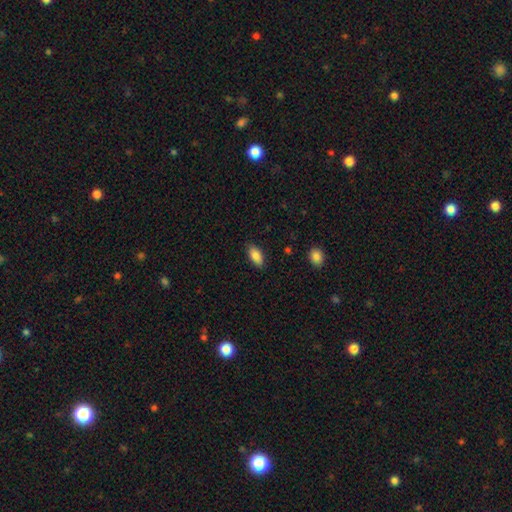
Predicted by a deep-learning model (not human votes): This is clearly a smooth galaxy (85%). How rounded: clearly in between (92%). Merging: clearly none (86%).